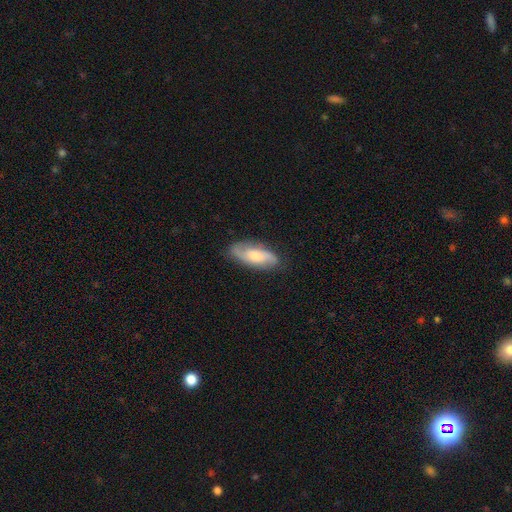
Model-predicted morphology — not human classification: type=featured or disk (60%); edge-on=no (89%); bar=no (54%); spiral arms=yes (91%); bulge=moderate (51%); merging=none (79%).